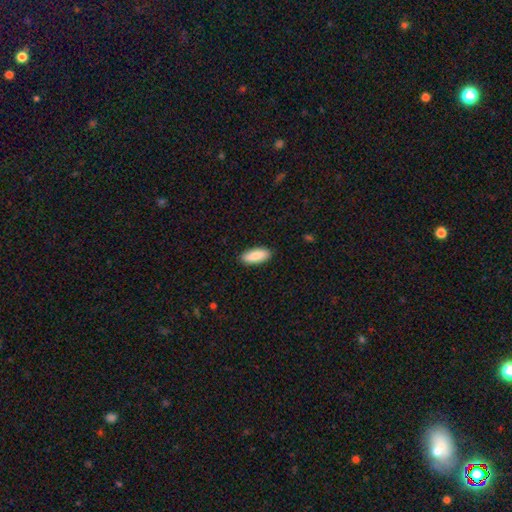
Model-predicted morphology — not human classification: This appears to be a smooth galaxy with no disk features (87%) that is in between round and cigar-shaped (80%). Merging: none (89%).